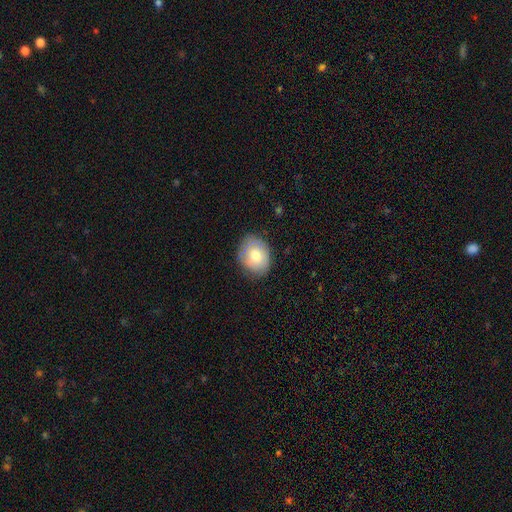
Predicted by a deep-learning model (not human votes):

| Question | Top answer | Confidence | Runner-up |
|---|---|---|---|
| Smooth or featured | smooth | 60% | featured or disk (33%) |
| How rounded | round | 50% | in between (49%) |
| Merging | none | 75% | minor disturbance (19%) |